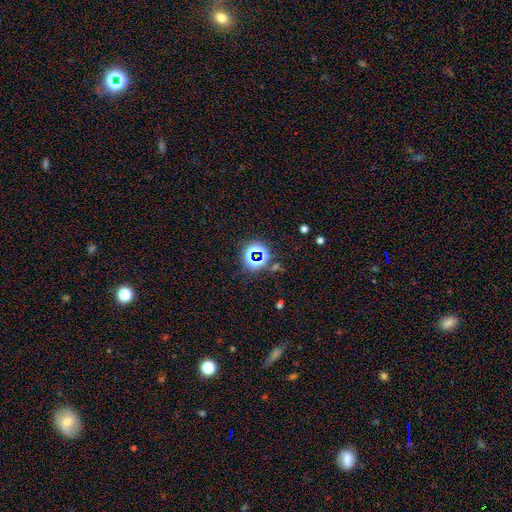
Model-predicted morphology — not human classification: Q: Smooth or featured?
A: star or artifact (71%); runner-up: smooth (20%)